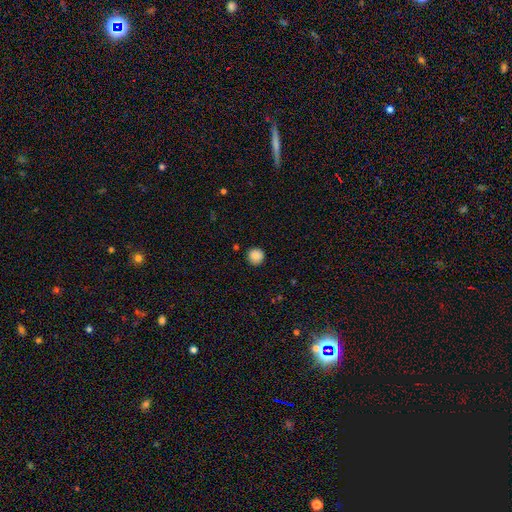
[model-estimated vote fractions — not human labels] A smooth galaxy with no disk features (87%) that is round (93%). Merging: none (88%).